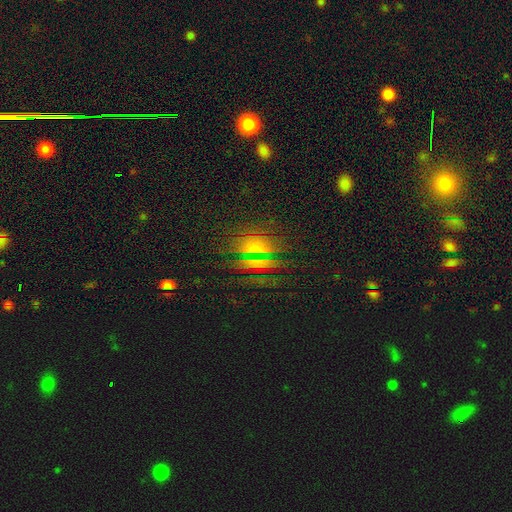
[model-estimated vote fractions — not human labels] Q: Smooth or featured?
A: star or artifact (45%); runner-up: smooth (36%)